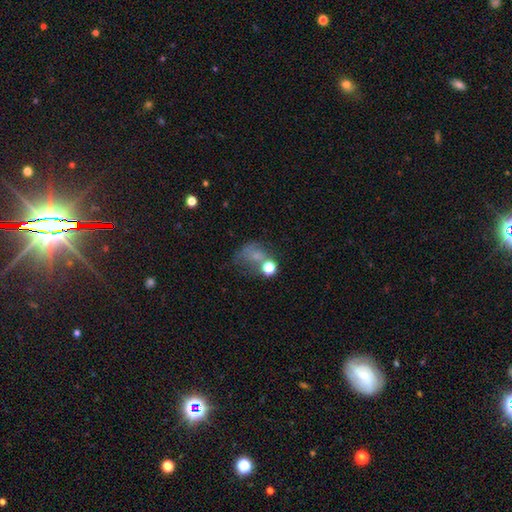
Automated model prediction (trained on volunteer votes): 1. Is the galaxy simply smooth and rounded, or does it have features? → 54% smooth, 24% star or artifact, 22% featured or disk.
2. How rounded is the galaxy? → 52% round, 47% in between, 2% cigar-shaped.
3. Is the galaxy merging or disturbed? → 35% major disturbance, 29% none, 19% minor disturbance, 18% merger.